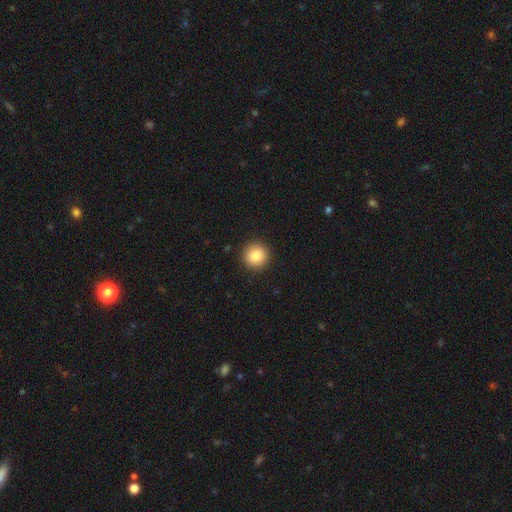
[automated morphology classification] The model was most divided on "smooth or featured": smooth: 87%, star or artifact: 8%, featured or disk: 5%. More confident: how rounded — round (94%); merging — none (92%).